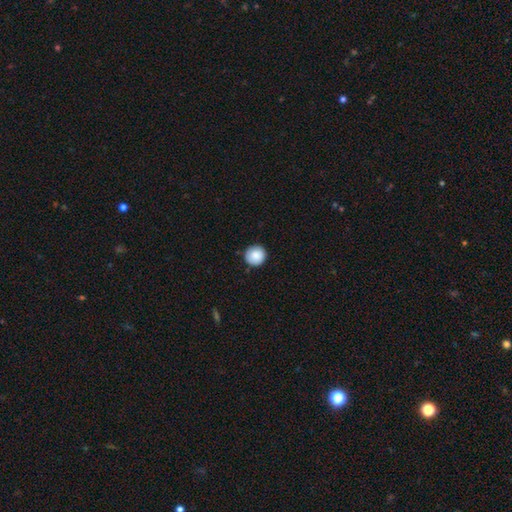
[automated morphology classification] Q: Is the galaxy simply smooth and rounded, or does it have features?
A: smooth — 87%.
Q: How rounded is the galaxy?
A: round — 95%.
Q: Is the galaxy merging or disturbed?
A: none — 88%.